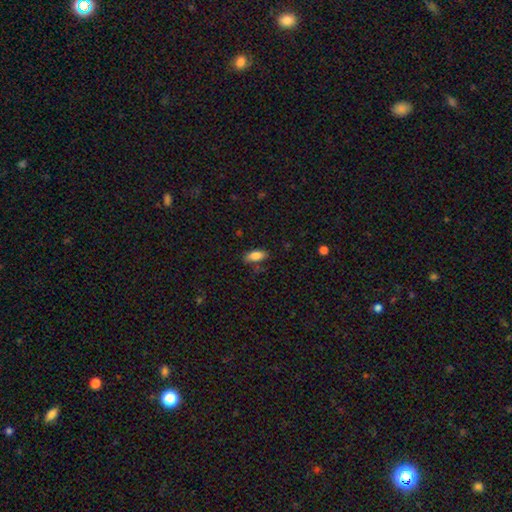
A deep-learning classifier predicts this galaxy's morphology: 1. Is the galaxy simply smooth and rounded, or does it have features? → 85% smooth, 8% star or artifact, 7% featured or disk.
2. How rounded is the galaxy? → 86% in between, 11% cigar-shaped, 3% round.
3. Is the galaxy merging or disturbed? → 77% none, 17% minor disturbance, 4% major disturbance, 3% merger.